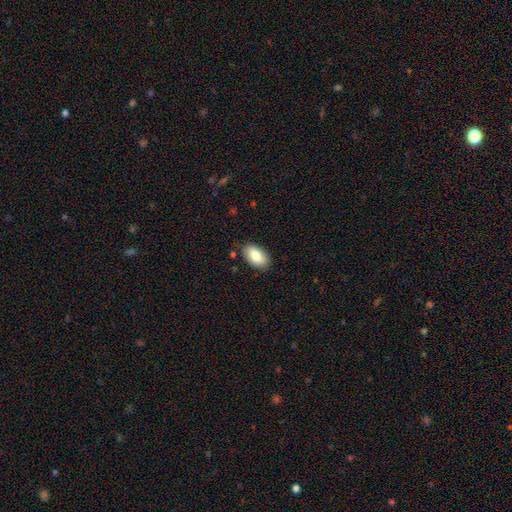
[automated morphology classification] The model was most divided on "merging": none: 84%, minor disturbance: 12%, major disturbance: 2%, merger: 2%. More confident: how rounded — in between (94%); smooth or featured — smooth (83%).